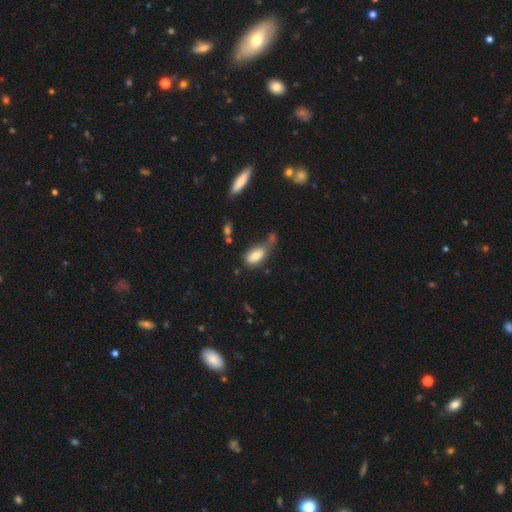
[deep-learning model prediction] Q: Smooth or featured?
A: smooth (80%); runner-up: featured or disk (12%)
Q: How rounded?
A: in between (91%); runner-up: cigar-shaped (5%)
Q: Merging?
A: none (43%); runner-up: minor disturbance (23%)